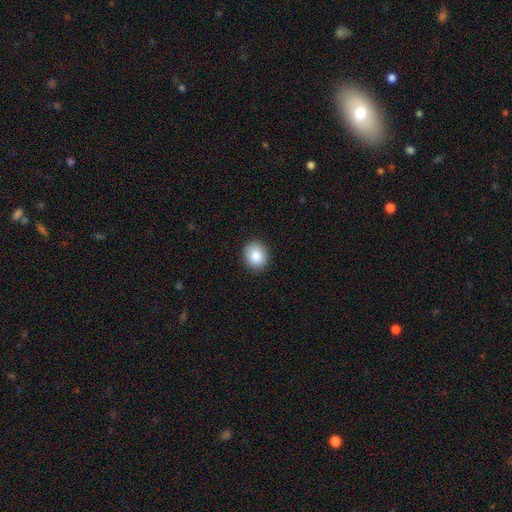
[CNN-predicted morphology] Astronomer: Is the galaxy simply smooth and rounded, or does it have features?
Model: smooth — 86%.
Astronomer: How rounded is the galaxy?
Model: round — 66%.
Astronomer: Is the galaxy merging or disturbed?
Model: none — 90%.